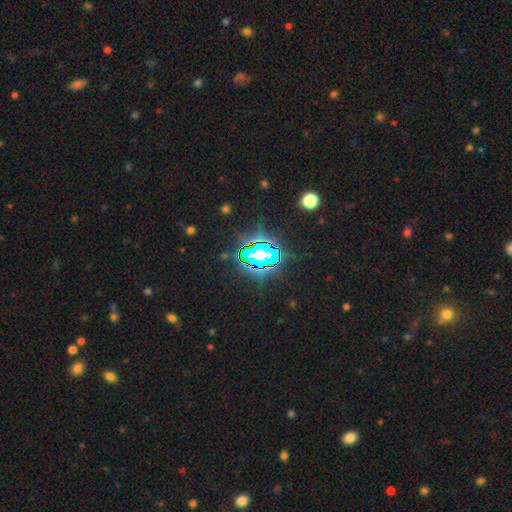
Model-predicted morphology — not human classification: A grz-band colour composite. It shows a star or artifact, not a galaxy (81%).